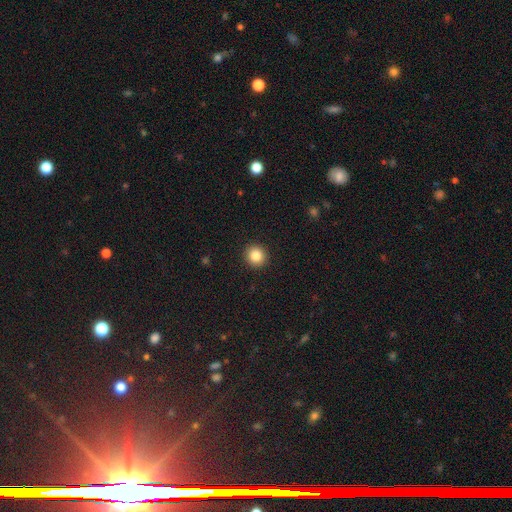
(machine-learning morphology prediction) A smooth galaxy with no disk features (85%) that is round (93%).

Vote fractions:
- Smooth or featured? smooth: 85% / star or artifact: 10% / featured or disk: 5%
- How rounded? round: 93% / in between: 6% / cigar-shaped: 1%
- Merging? none: 93% / minor disturbance: 5% / major disturbance: 2% / merger: 1%